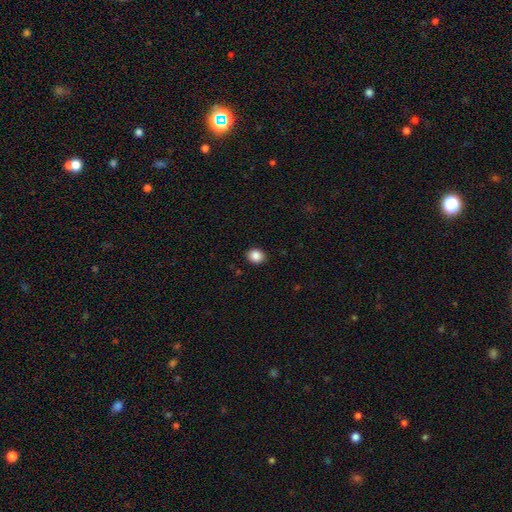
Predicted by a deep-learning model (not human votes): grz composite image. It shows a smooth galaxy with no disk features (87%) that is round (63%). Merging: none (90%).